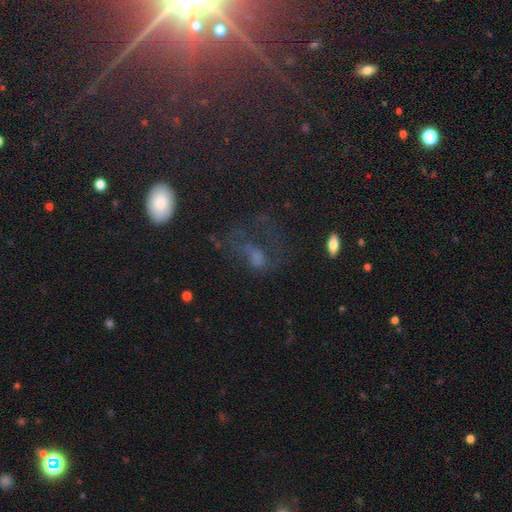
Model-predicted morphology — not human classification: This is marginally a featured or disk galaxy (36%). Merging: marginally major disturbance (43%).